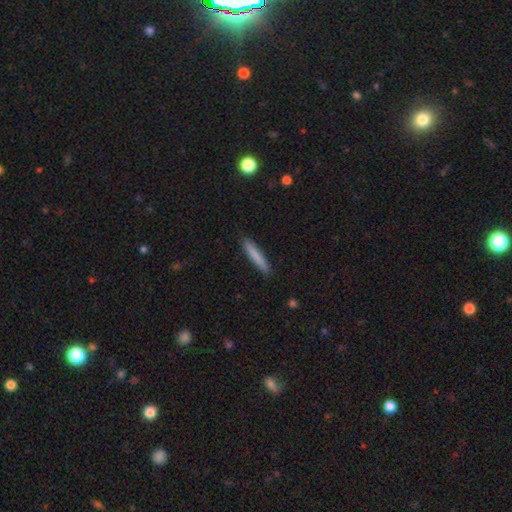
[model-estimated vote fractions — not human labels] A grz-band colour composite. It shows a smooth galaxy with no disk features (81%) that is cigar-shaped (93%). Merging: none (90%).